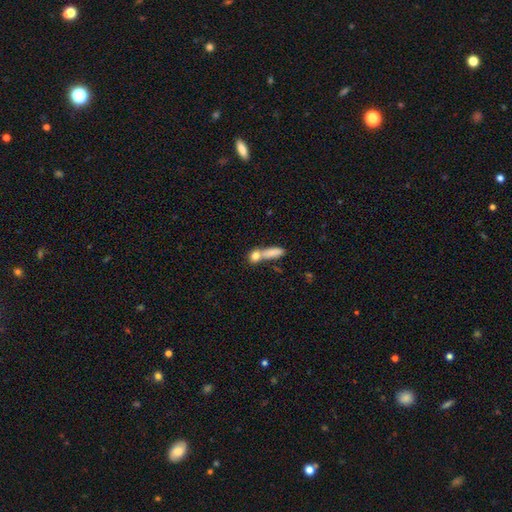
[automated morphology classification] Q: Smooth or featured?
A: smooth (77%); runner-up: featured or disk (13%)
Q: How rounded?
A: round (43%); runner-up: in between (35%)
Q: Merging?
A: merger (48%); runner-up: none (38%)